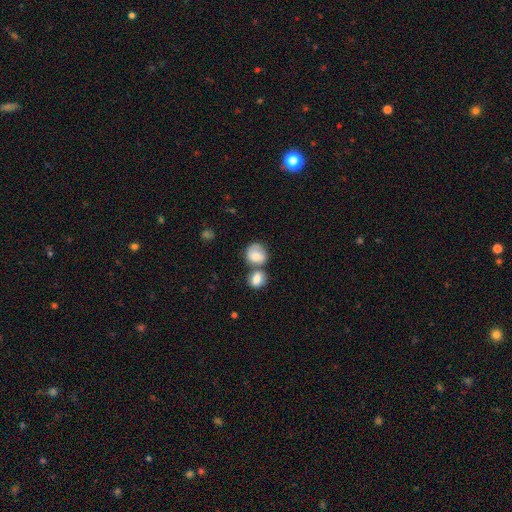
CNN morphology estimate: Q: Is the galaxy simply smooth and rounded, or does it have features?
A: smooth — 76%.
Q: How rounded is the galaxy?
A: round — 70%.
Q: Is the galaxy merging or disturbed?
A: merger — 48%.